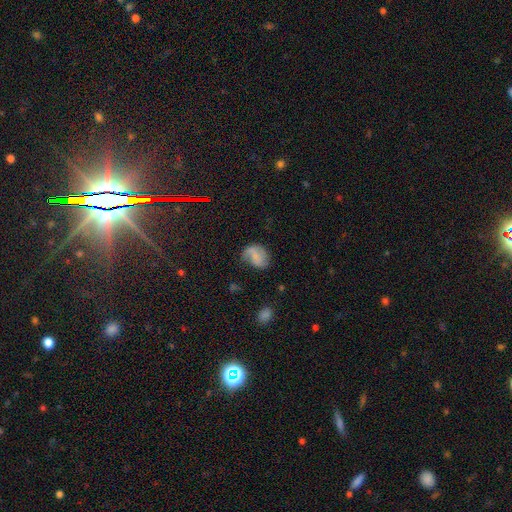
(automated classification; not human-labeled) The model was most divided on "smooth or featured": smooth: 48%, featured or disk: 42%, star or artifact: 10%. Remaining: merging — none (49%).